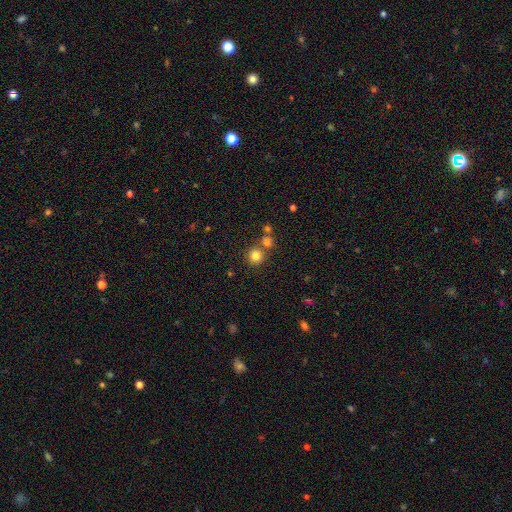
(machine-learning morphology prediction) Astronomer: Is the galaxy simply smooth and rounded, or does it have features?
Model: smooth — 80%.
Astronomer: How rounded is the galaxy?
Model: round — 92%.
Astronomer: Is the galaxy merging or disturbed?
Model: none — 73%.